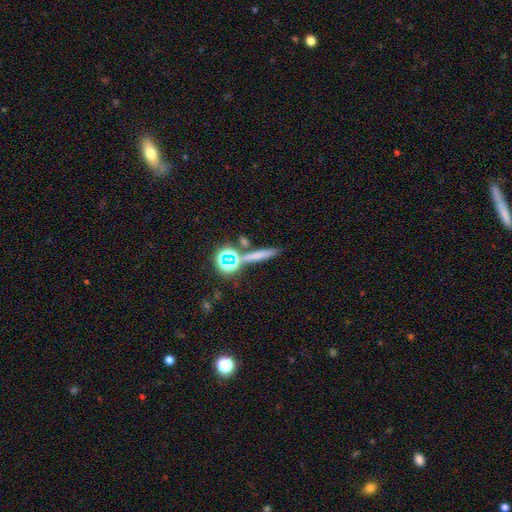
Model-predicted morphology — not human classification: Overall: smooth (57%; star or artifact 25%). How rounded: cigar-shaped (76%). Merging: none (74%).